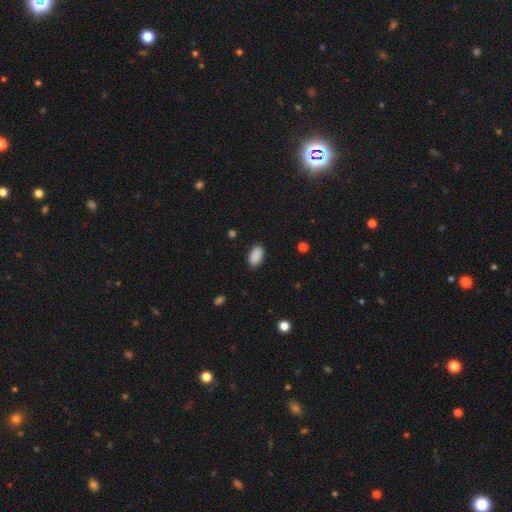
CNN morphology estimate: The model was most divided on "merging": none: 87%, minor disturbance: 9%, major disturbance: 2%, merger: 1%. More confident: how rounded — in between (94%); smooth or featured — smooth (90%).